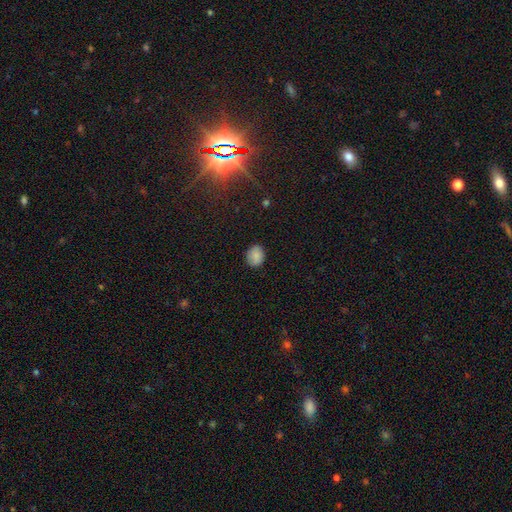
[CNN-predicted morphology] The model was most divided on "how rounded": round: 61%, in between: 38%, cigar-shaped: 1%. More confident: smooth or featured — smooth (87%); merging — none (85%).